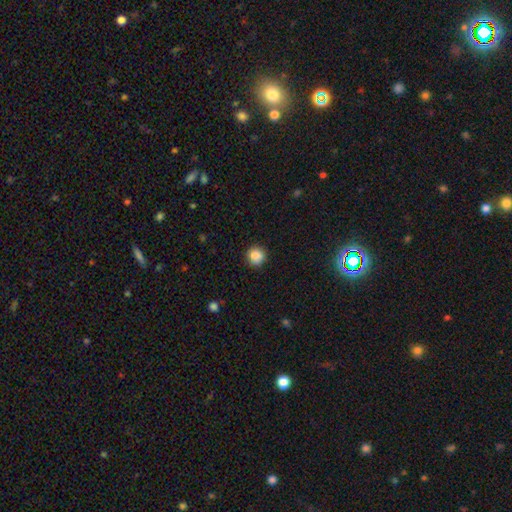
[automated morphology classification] smooth-or-featured: smooth: 86% | star or artifact: 10% | featured or disk: 4%
  how-rounded: round: 93% | in between: 7% | cigar-shaped: 1%
  merging: none: 89% | minor disturbance: 8% | major disturbance: 2% | merger: 1%